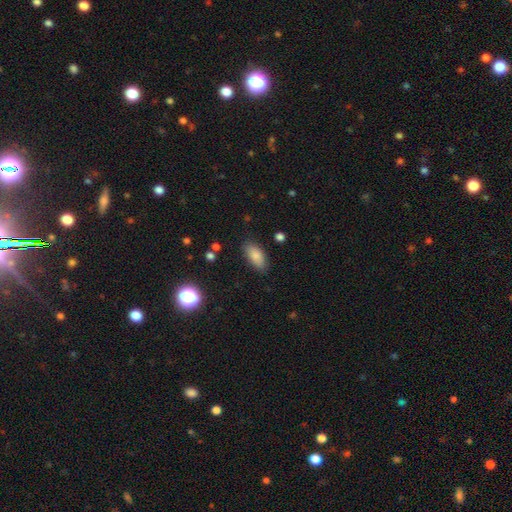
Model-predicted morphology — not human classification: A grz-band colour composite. It shows a smooth galaxy with no disk features (84%) that is in between round and cigar-shaped (87%). Merging: none (83%).